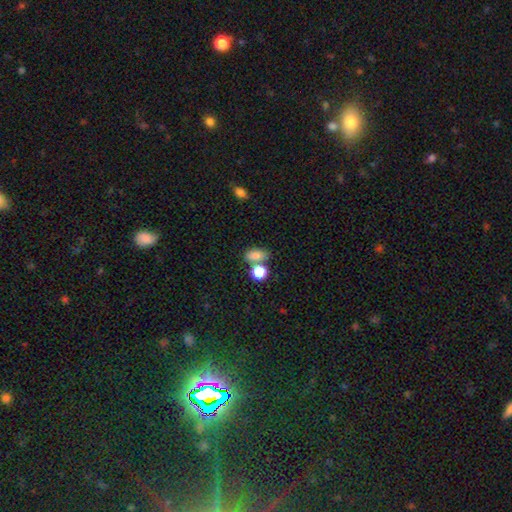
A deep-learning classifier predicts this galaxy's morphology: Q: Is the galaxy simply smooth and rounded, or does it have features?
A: smooth — 81%.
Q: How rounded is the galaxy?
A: in between — 76%.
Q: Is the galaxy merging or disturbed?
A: none — 50%.